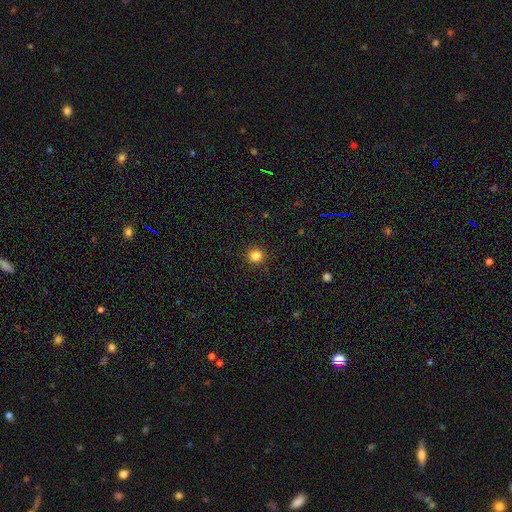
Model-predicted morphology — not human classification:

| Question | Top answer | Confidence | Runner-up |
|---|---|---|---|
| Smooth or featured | smooth | 84% | star or artifact (12%) |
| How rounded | round | 94% | in between (5%) |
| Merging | none | 91% | minor disturbance (6%) |